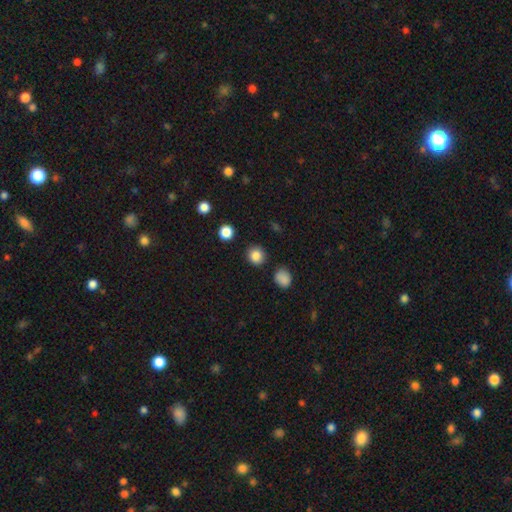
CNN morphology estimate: Overall: smooth (85%). How rounded: round (88%). Merging: none (87%).